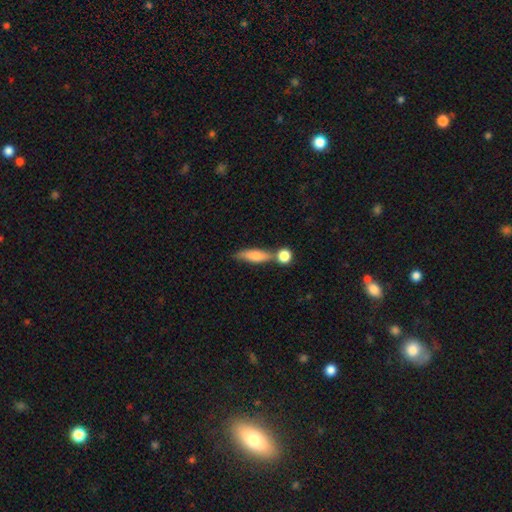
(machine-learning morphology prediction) smooth-or-featured: smooth: 69% | featured or disk: 24% | star or artifact: 7%
  how-rounded: cigar-shaped: 53% | in between: 42% | round: 5%
  merging: none: 53% | merger: 27% | minor disturbance: 15% | major disturbance: 5%